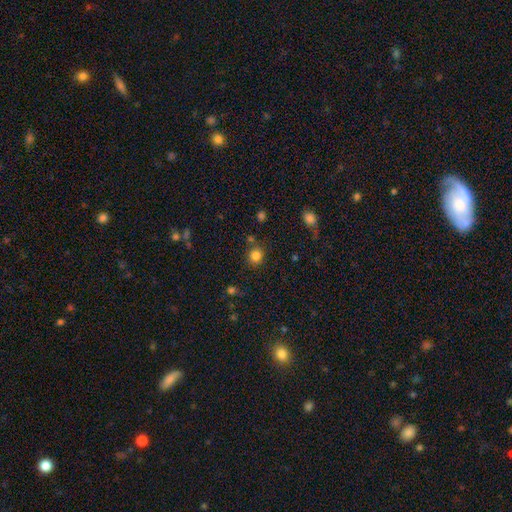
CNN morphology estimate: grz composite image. It shows a smooth galaxy with no disk features (82%) that is round (86%). Merging: none (79%).